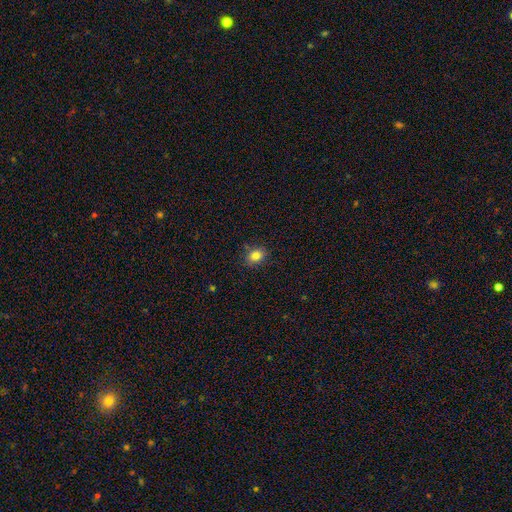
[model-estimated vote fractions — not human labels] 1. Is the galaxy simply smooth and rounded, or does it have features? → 82% smooth, 12% star or artifact, 7% featured or disk.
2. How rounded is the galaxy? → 52% round, 47% in between, 1% cigar-shaped.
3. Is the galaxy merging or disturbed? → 83% none, 12% minor disturbance, 3% major disturbance, 2% merger.